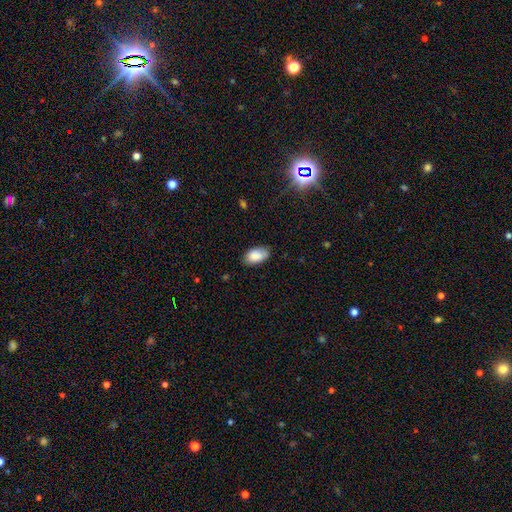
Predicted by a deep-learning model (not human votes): This appears to be a smooth galaxy with no disk features (86%) that is in between round and cigar-shaped (93%). Merging: none (77%).